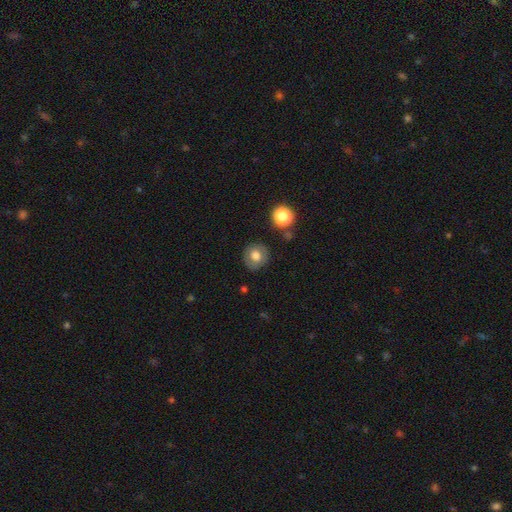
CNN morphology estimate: A smooth galaxy with no disk features (72%) that is round (86%).

Vote fractions:
- Smooth or featured? smooth: 72% / featured or disk: 19% / star or artifact: 9%
- How rounded? round: 86% / in between: 13% / cigar-shaped: 1%
- Merging? none: 84% / minor disturbance: 11% / major disturbance: 3% / merger: 2%